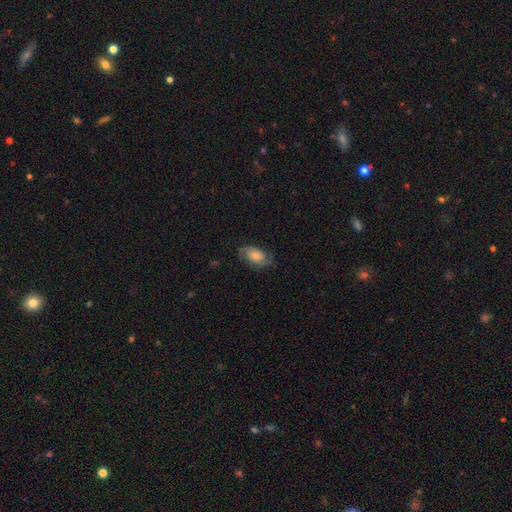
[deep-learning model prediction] featured or disk 59%, smooth 34%, star or artifact 8%. Down the decision tree: edge-on disk — no (95%); bar — no (70%); spiral arms — yes (90%); spiral arm count — 2 (83%); spiral winding — medium (45%); bulge size — moderate (45%); merging — none (74%).